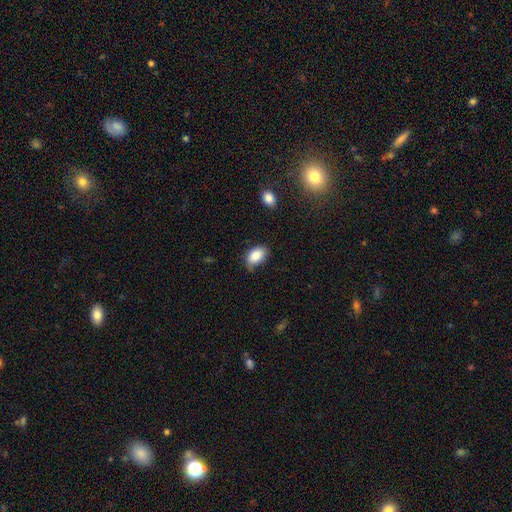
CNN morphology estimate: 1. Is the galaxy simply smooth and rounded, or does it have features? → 85% smooth, 8% star or artifact, 7% featured or disk.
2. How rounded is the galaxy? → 87% in between, 11% round, 1% cigar-shaped.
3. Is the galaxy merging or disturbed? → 63% none, 29% minor disturbance, 5% major disturbance, 3% merger.